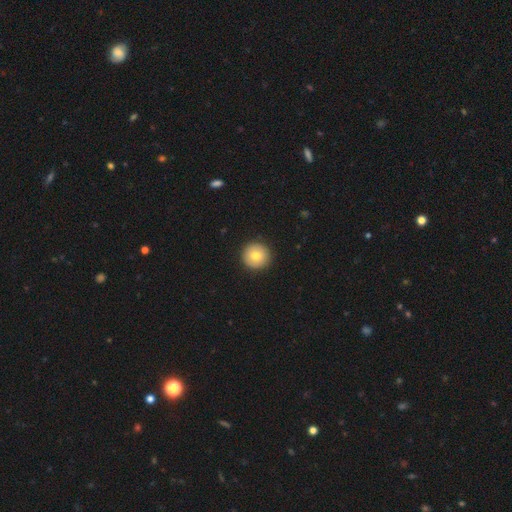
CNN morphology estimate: A smooth galaxy with no disk features (79%) that is round (96%). Merging: none (93%).